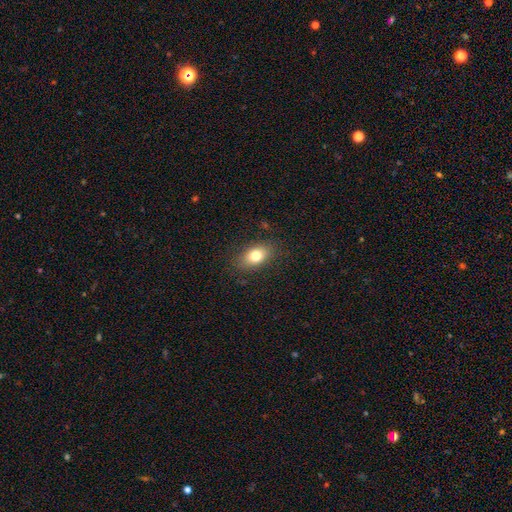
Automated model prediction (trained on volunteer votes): Smooth or featured: smooth — 78% (featured or disk — 13%)
How rounded: in between — 84% (round — 13%)
Merging: none — 84% (minor disturbance — 11%)